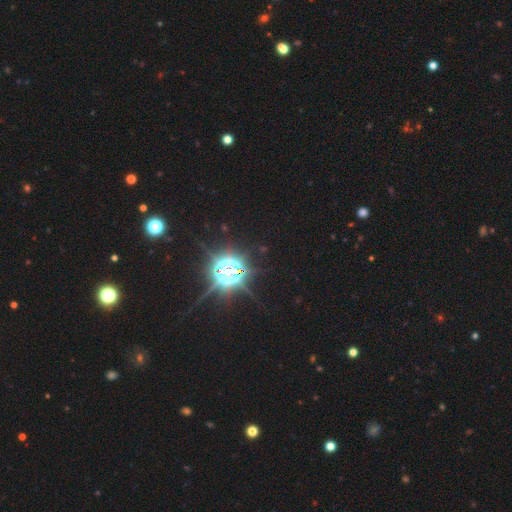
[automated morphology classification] Smooth or featured: star or artifact — 86% (smooth — 9%)